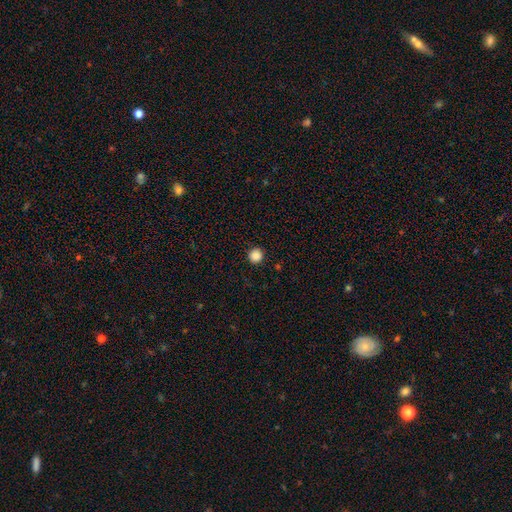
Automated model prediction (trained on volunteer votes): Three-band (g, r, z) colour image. It shows a smooth galaxy with no disk features (87%) that is round (95%). Merging: none (93%).